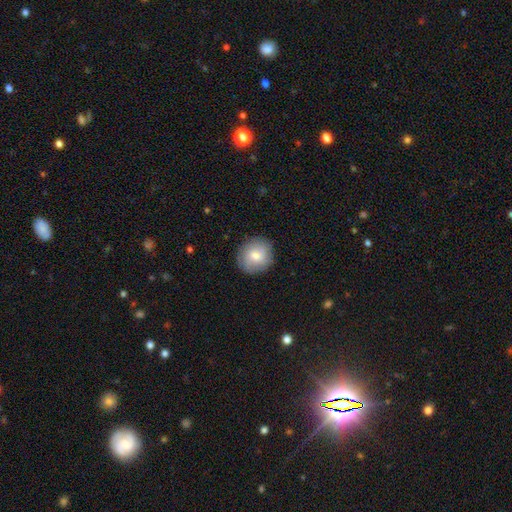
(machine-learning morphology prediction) Q: Smooth or featured?
A: smooth (71%); runner-up: featured or disk (22%)
Q: How rounded?
A: round (87%); runner-up: in between (12%)
Q: Merging?
A: none (86%); runner-up: minor disturbance (10%)